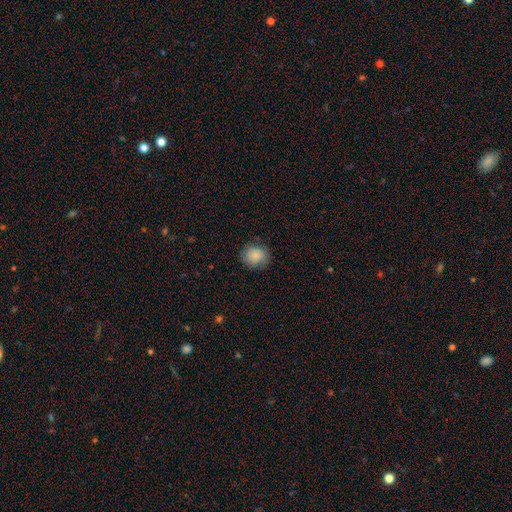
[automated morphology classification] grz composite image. It shows a smooth galaxy with no disk features (86%) that is round (83%). Merging: none (83%).